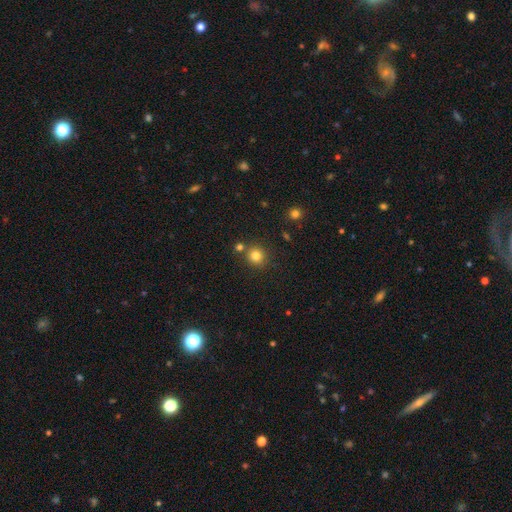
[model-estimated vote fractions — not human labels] The model was most divided on "merging": none: 78%, merger: 11%, minor disturbance: 8%, major disturbance: 3%. More confident: how rounded — round (90%); smooth or featured — smooth (81%).